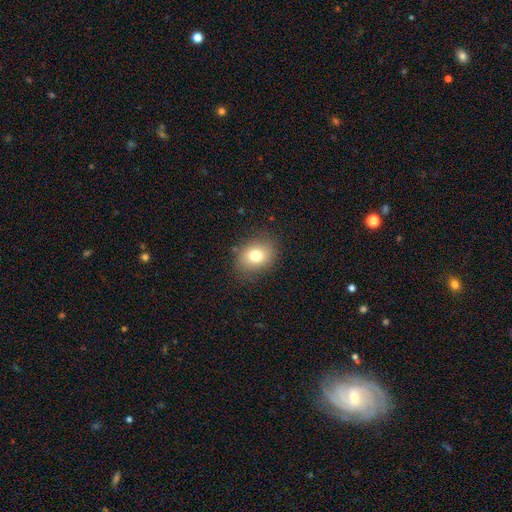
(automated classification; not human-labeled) A smooth galaxy with no disk features (78%) that is in between round and cigar-shaped (51%).

Vote fractions:
- Smooth or featured? smooth: 78% / featured or disk: 11% / star or artifact: 11%
- How rounded? in between: 51% / round: 48% / cigar-shaped: 1%
- Merging? none: 83% / minor disturbance: 12% / major disturbance: 4% / merger: 1%